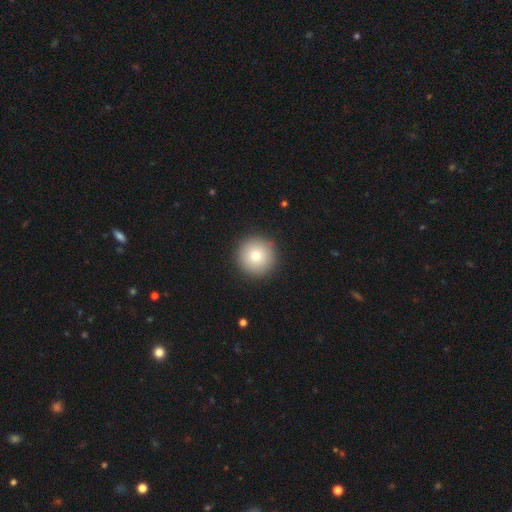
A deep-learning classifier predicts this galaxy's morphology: A smooth galaxy with no disk features (77%) that is round (97%).

Vote fractions:
- Smooth or featured? smooth: 77% / featured or disk: 12% / star or artifact: 11%
- How rounded? round: 97% / in between: 2% / cigar-shaped: 1%
- Merging? none: 92% / minor disturbance: 5% / major disturbance: 2% / merger: 1%